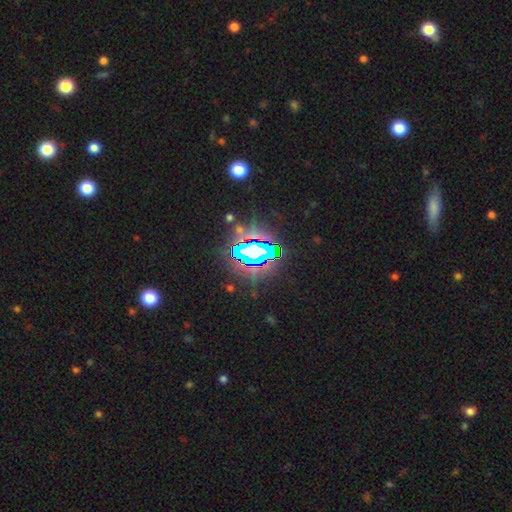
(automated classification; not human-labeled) Smooth or featured? Predicted: star or artifact (p=0.75).